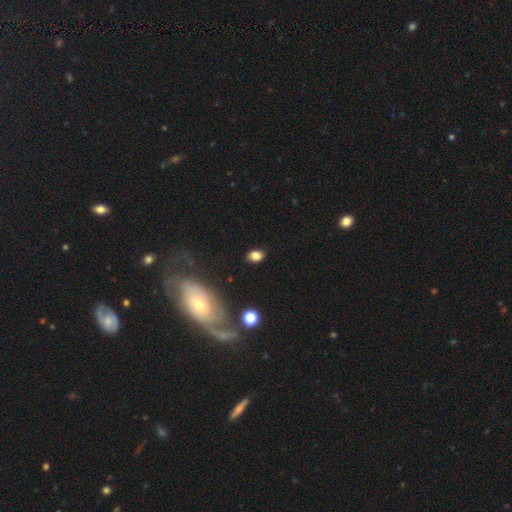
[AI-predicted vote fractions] Smooth or featured? smooth (79%)
How rounded? in between (78%)
Merging? none (84%)